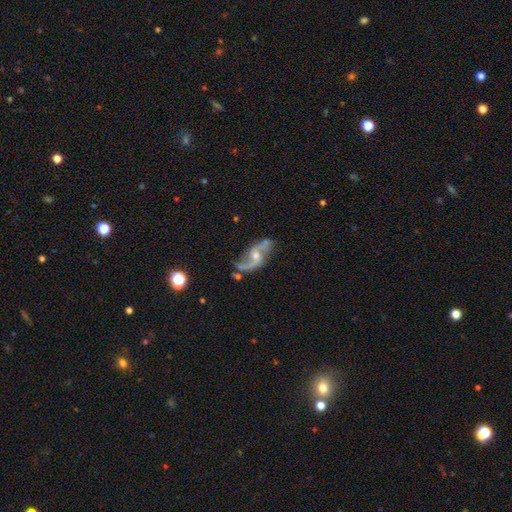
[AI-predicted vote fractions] smooth-or-featured: featured or disk: 87% | smooth: 7% | star or artifact: 6%
  disk-edge-on: no: 95% | yes: 5%
    bar: no: 47% | weak: 40% | strong: 12%
    has-spiral-arms: yes: 95% | no: 5%
      spiral-winding: loose: 75% | medium: 19% | tight: 5%
      spiral-arm-count: 2: 91% | 1: 3% | can't tell: 3% | 3: 1% | 4: 1% | more than 4: 1%
    bulge-size: moderate: 47% | small: 45% | none: 4% | large: 2% | dominant: 1%
  merging: none: 65% | minor disturbance: 19% | major disturbance: 11% | merger: 5%